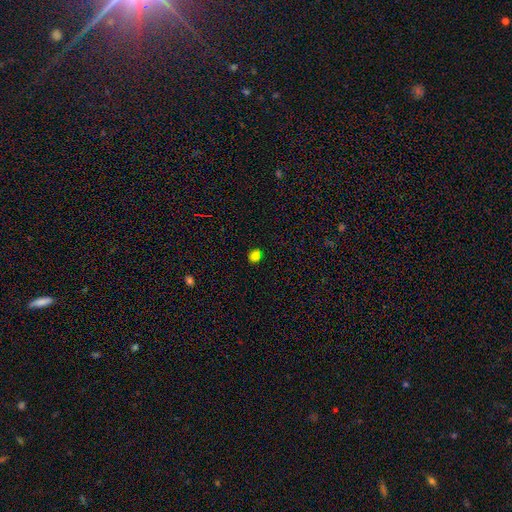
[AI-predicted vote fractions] smooth 76%, star or artifact 21%, featured or disk 4%. Down the decision tree: how rounded — round (59%); merging — none (84%).